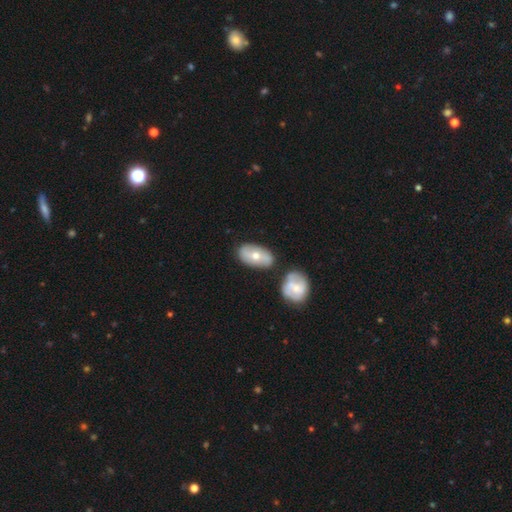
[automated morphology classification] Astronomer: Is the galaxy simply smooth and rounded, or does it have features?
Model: smooth — 53% (runner-up: featured or disk, 41%).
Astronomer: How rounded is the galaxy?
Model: in between — 90%.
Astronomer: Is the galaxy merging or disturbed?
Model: none — 68%.